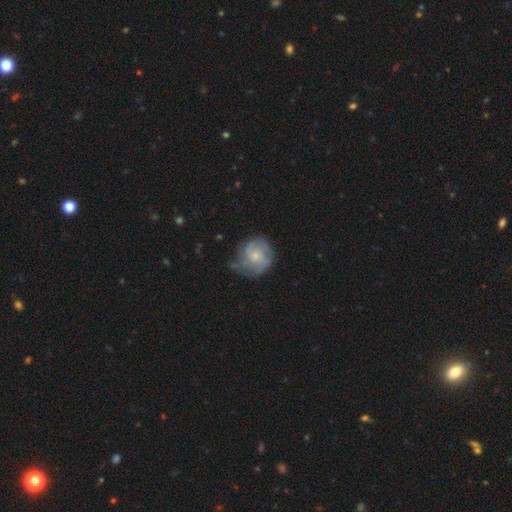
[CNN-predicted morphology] Overall: featured or disk (53%; smooth 40%). Edge-on disk: no (98%). Bar: no (79%). Spiral arms: yes (74%). Bulge size: small (59%; moderate 31%). Merging: none (50%; minor disturbance 31%).